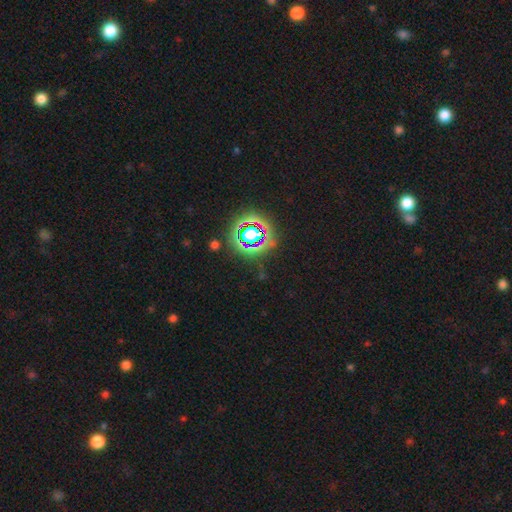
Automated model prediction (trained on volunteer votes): smooth_or_featured: star or artifact (p=0.75) [alt: smooth p=0.14]